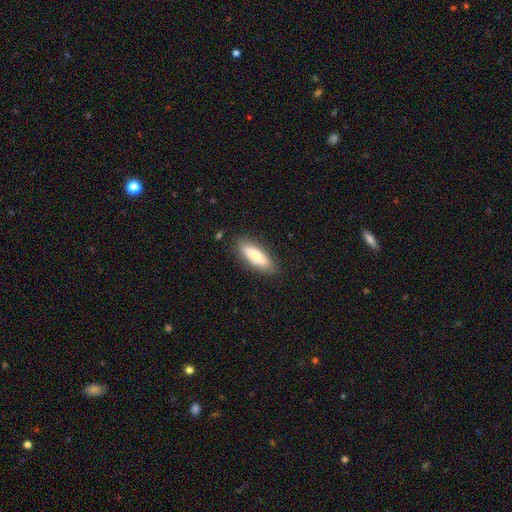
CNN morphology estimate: Smooth or featured? smooth (70%)
How rounded? in between (50%)
Merging? none (85%)